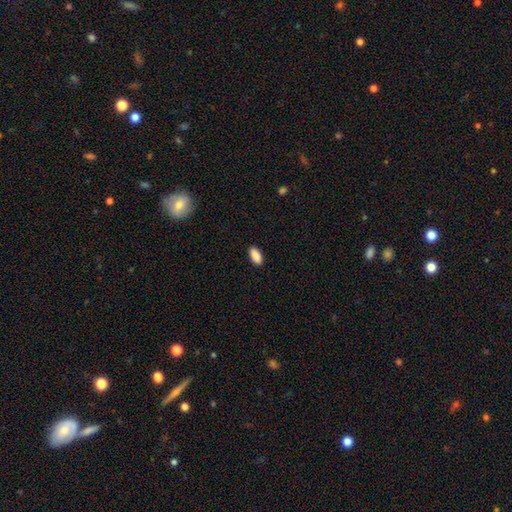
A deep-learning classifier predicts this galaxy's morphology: type=smooth (89%); roundness=in between (91%); merging=none (90%).